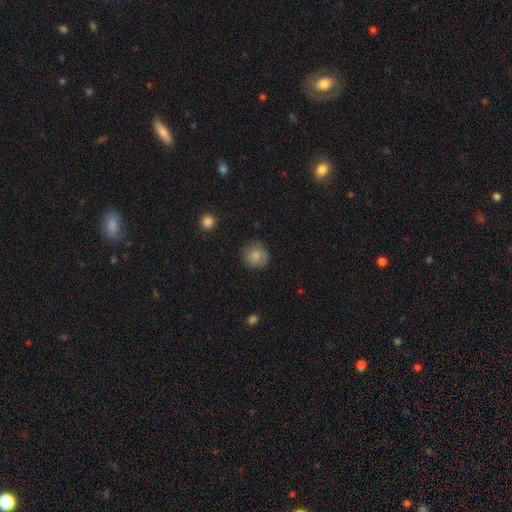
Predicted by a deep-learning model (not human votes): A smooth galaxy with no disk features (81%) that is round (89%). Merging: none (75%).